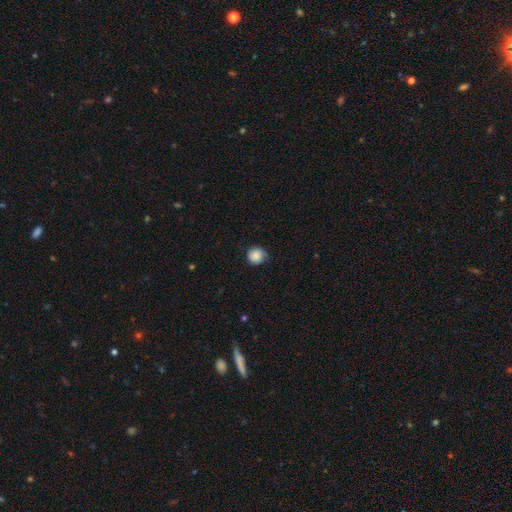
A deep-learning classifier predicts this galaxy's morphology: Smooth or featured: smooth — 83% (featured or disk — 9%)
How rounded: round — 90% (in between — 9%)
Merging: none — 68% (minor disturbance — 25%)